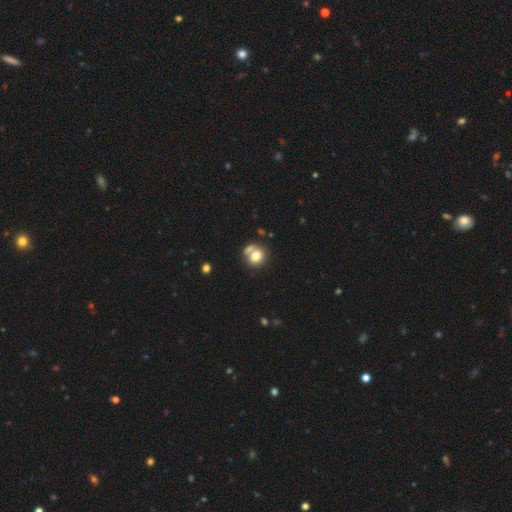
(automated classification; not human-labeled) A smooth galaxy with no disk features (75%) that is round (76%). Merging: none (50%).